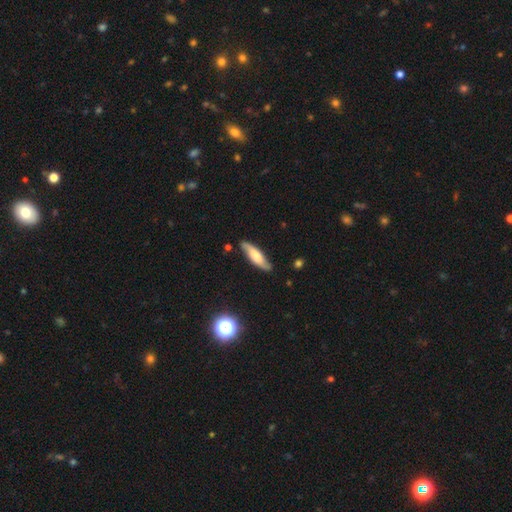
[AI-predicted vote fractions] smooth_or_featured: featured or disk (p=0.47) [alt: smooth p=0.46]
merging: none (p=0.80) [alt: minor disturbance p=0.15]